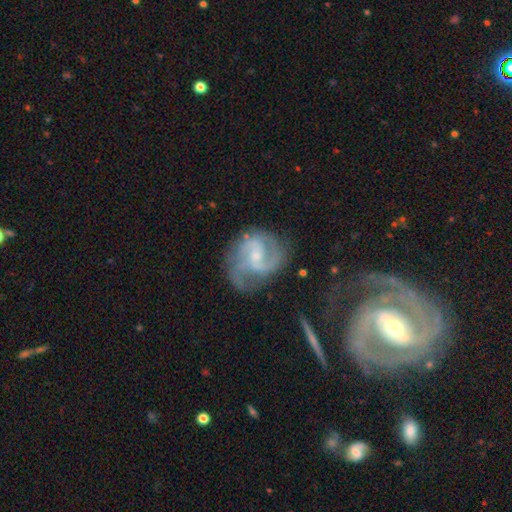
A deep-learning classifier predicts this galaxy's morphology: Overall: featured or disk (87%). Edge-on disk: no (98%). Bar: no (47%; weak 44%). Spiral arms: yes (96%). Spiral arm count: 2 (55%; 3 22%). Spiral winding: medium (54%; tight 26%). Bulge size: small (68%). Merging: none (60%; minor disturbance 23%).